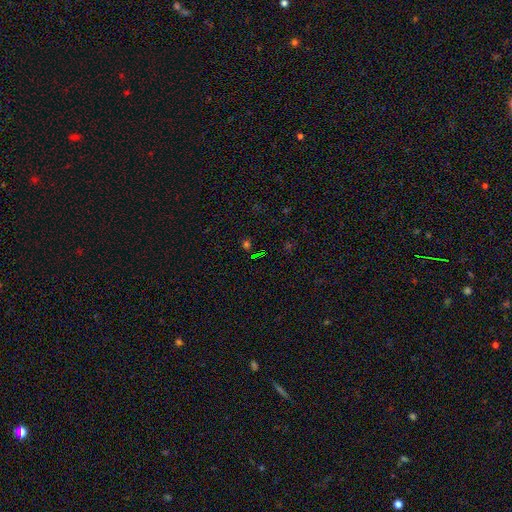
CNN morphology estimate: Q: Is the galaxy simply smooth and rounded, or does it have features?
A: star or artifact — 62%.